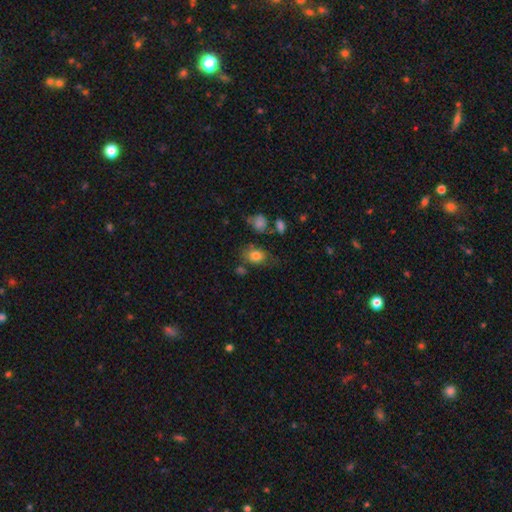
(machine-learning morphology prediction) Smooth or featured: smooth — 78% (featured or disk — 13%)
How rounded: in between — 77% (round — 21%)
Merging: none — 57% (minor disturbance — 25%)